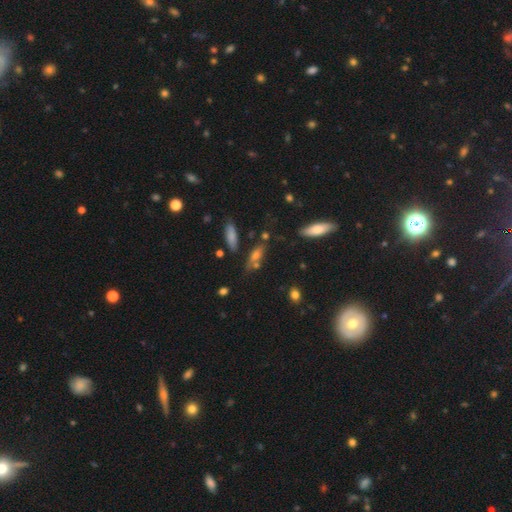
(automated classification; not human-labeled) The model was most divided on "how rounded": in between: 51%, cigar-shaped: 41%, round: 7%. More confident: merging — none (63%); smooth or featured — smooth (57%).